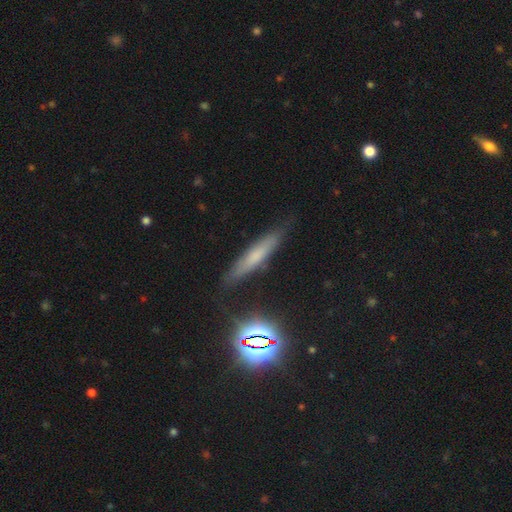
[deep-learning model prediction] smooth-or-featured: smooth: 52% | featured or disk: 32% | star or artifact: 16%
  how-rounded: cigar-shaped: 88% | in between: 10% | round: 3%
  merging: none: 82% | minor disturbance: 13% | major disturbance: 3% | merger: 2%